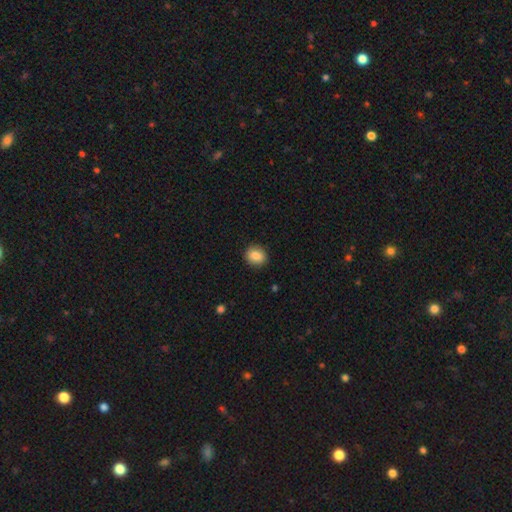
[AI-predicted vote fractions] Overall: smooth (86%). How rounded: round (68%; in between 31%). Merging: none (90%).